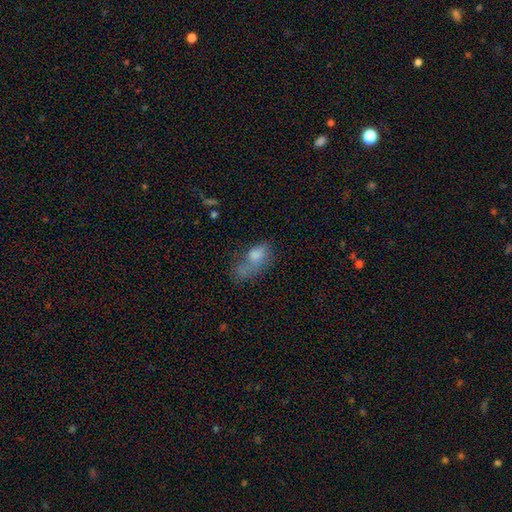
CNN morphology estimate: Smooth or featured? Predicted: smooth (p=0.65). How rounded? Predicted: in between (p=0.82). Merging? Predicted: major disturbance (p=0.34).